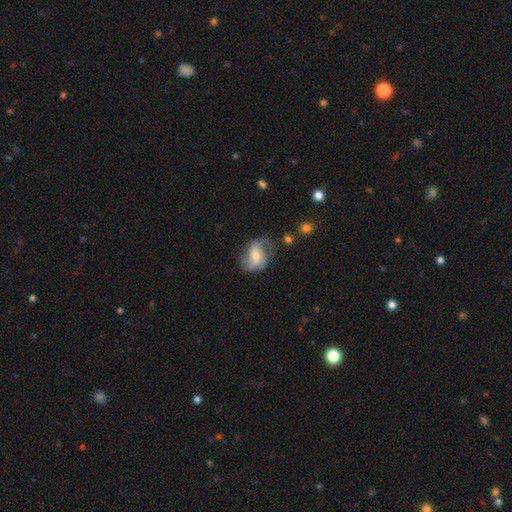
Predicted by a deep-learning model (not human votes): Morphology: type=featured or disk (60%); edge-on=no (96%); bar=no (40%); spiral arms=yes (86%); bulge=moderate (49%); merging=none (53%).